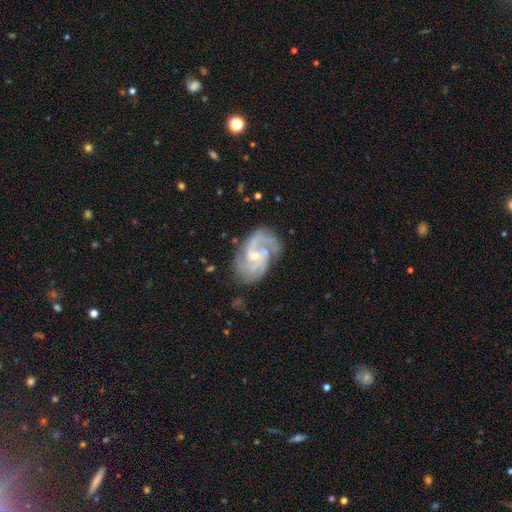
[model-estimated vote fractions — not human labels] The model was most divided on "bar": weak: 53%, no: 36%, strong: 11%. Remaining: edge-on disk — no (98%); spiral arms — yes (97%); smooth or featured — featured or disk (88%); merging — none (69%); bulge size — small (56%); spiral winding — medium (51%); spiral arm count — 2 (49%).